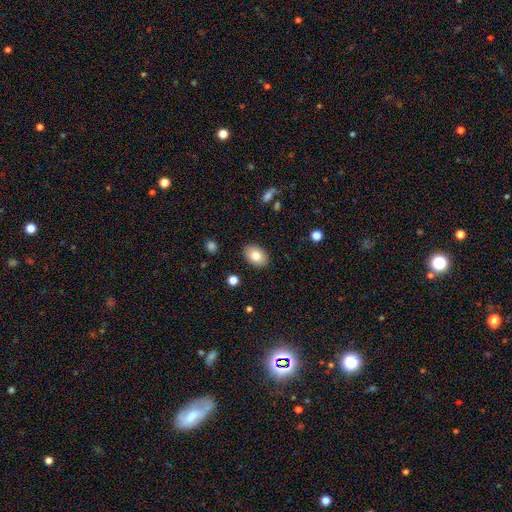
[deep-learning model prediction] A smooth galaxy with no disk features (81%) that is in between round and cigar-shaped (82%).

Vote fractions:
- Smooth or featured? smooth: 81% / featured or disk: 11% / star or artifact: 8%
- How rounded? in between: 82% / round: 17% / cigar-shaped: 1%
- Merging? none: 88% / minor disturbance: 9% / major disturbance: 2% / merger: 1%